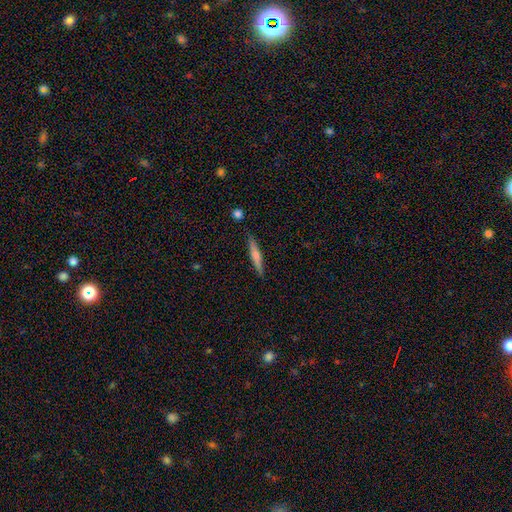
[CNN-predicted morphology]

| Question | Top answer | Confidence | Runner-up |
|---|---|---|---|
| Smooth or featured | smooth | 56% | featured or disk (38%) |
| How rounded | cigar-shaped | 92% | in between (6%) |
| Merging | none | 88% | minor disturbance (8%) |